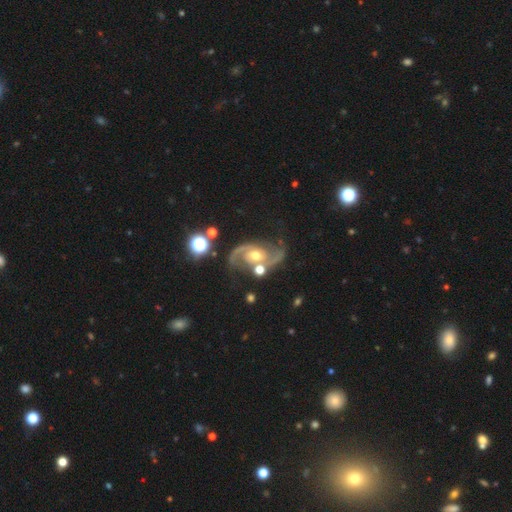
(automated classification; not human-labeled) A featured or disk galaxy (91%) with no bar (62%), 2 (94%) medium (59%) spiral arms (98%) and a moderate central bulge (72%). Merging: none (69%).